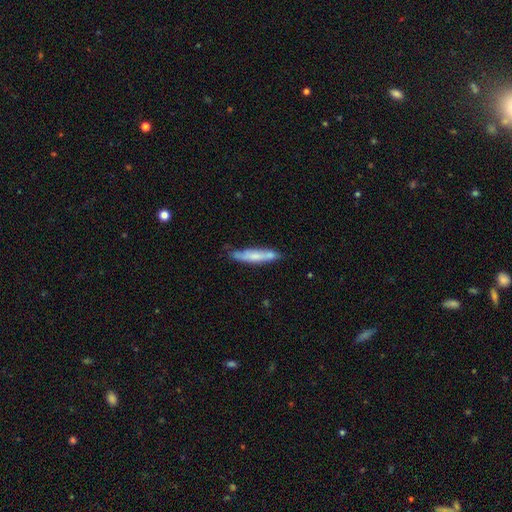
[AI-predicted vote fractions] The model was most divided on "smooth or featured": smooth: 58%, featured or disk: 36%, star or artifact: 6%. More confident: how rounded — cigar-shaped (89%); merging — none (66%).